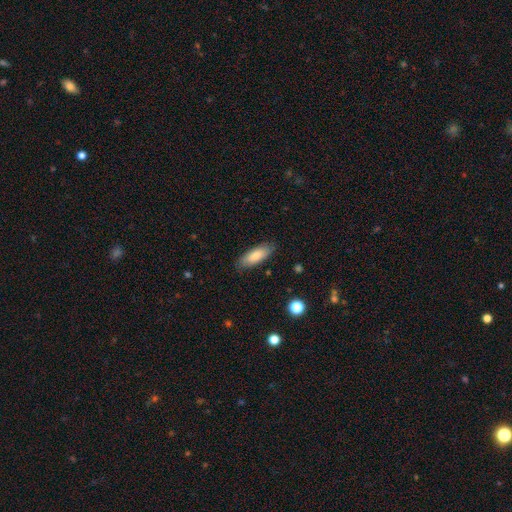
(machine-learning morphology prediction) A smooth galaxy with no disk features (80%) that is in between round and cigar-shaped (67%).

Vote fractions:
- Smooth or featured? smooth: 80% / featured or disk: 14% / star or artifact: 6%
- How rounded? in between: 67% / cigar-shaped: 31% / round: 2%
- Merging? none: 85% / minor disturbance: 12% / major disturbance: 2% / merger: 1%